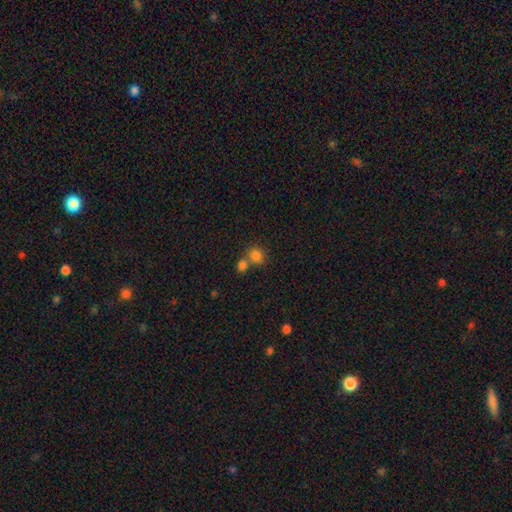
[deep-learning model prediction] Q: Smooth or featured?
A: smooth (81%); runner-up: star or artifact (12%)
Q: How rounded?
A: round (75%); runner-up: in between (24%)
Q: Merging?
A: none (46%); runner-up: merger (43%)